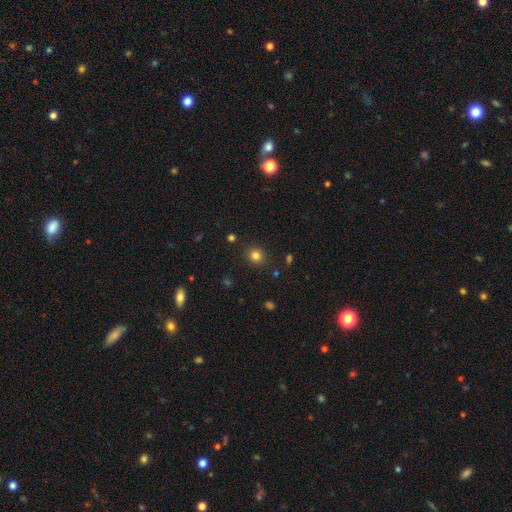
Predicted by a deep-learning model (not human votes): This is clearly a smooth galaxy (81%). How rounded: clearly round (84%). Merging: clearly none (88%).